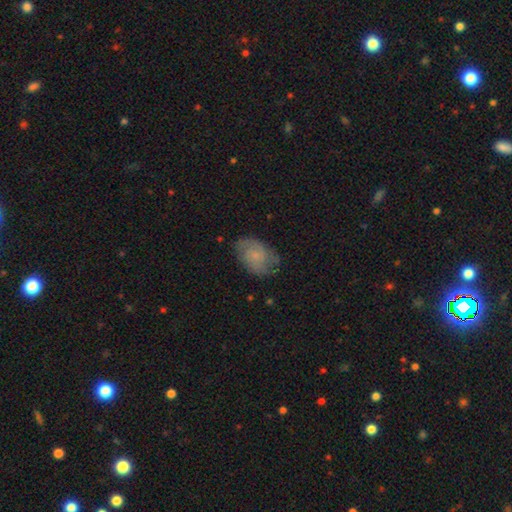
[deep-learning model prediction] Smooth or featured? featured or disk (48%)
Merging? none (66%)